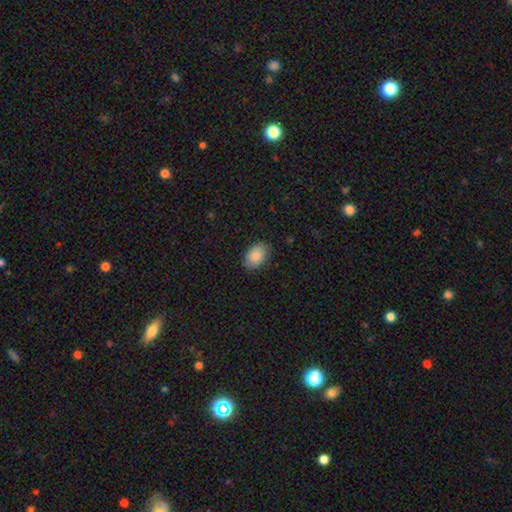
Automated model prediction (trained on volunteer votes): The model was most divided on "merging": none: 83%, minor disturbance: 14%, major disturbance: 3%, merger: 1%. More confident: smooth or featured — smooth (87%); how rounded — in between (85%).